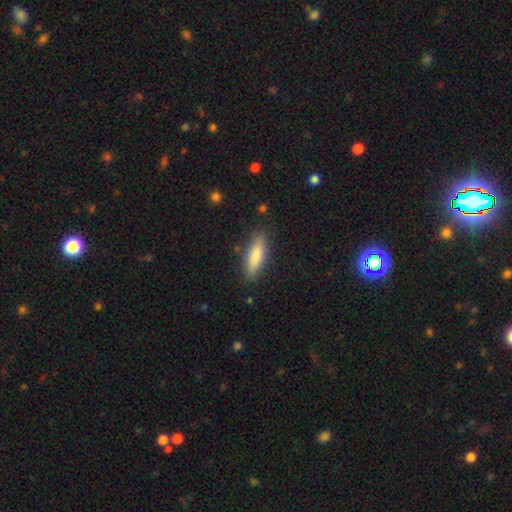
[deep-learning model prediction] Morphology: type=smooth (84%); roundness=cigar-shaped (51%); merging=none (84%).